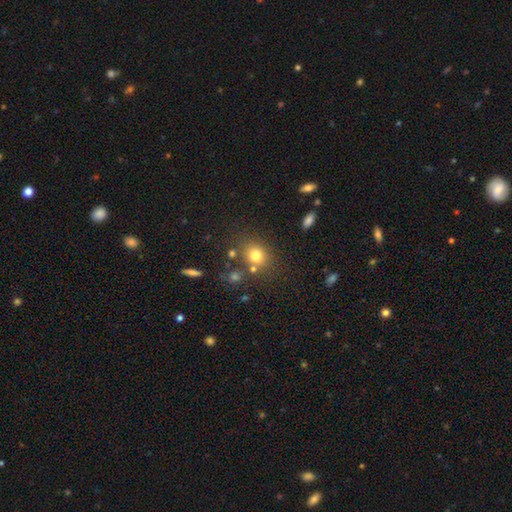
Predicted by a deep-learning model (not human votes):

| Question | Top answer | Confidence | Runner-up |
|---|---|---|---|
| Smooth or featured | smooth | 76% | star or artifact (15%) |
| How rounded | round | 71% | in between (28%) |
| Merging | none | 70% | merger (12%) |